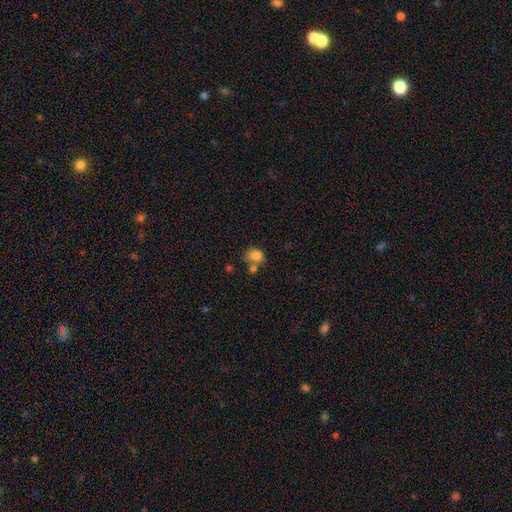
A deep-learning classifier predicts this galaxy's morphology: This appears to be a smooth galaxy with no disk features (83%) that is round (71%). Merging: none (54%).